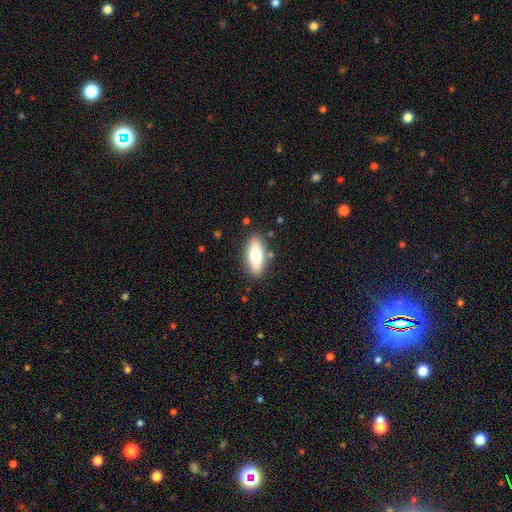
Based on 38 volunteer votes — smooth-or-featured: smooth: 76% | featured or disk: 16% | star or artifact: 8%
  how-rounded: in between: 59% | cigar-shaped: 41% | round: 0%
  merging: none: 86% | minor disturbance: 11% | merger: 3% | major disturbance: 0%